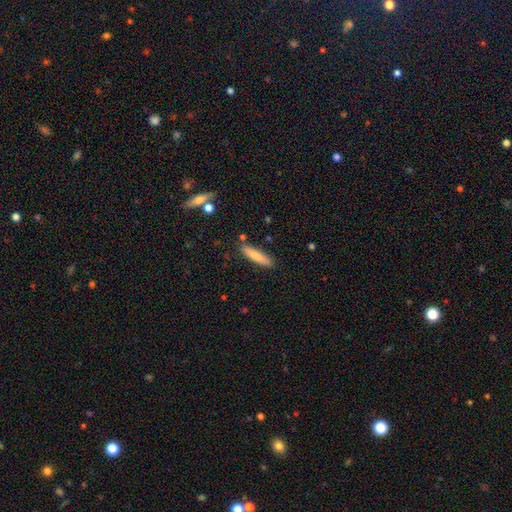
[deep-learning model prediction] Smooth or featured? Predicted: smooth (p=0.79). How rounded? Predicted: cigar-shaped (p=0.84). Merging? Predicted: none (p=0.86).